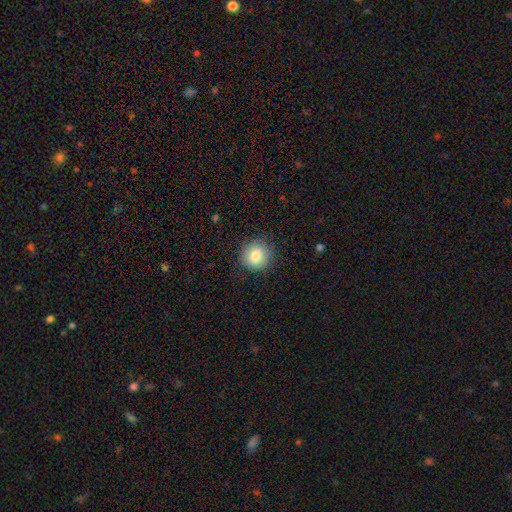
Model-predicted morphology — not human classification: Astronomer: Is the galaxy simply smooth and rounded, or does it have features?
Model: smooth — 81%.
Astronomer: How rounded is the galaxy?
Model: round — 88%.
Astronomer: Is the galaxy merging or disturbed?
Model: none — 83%.